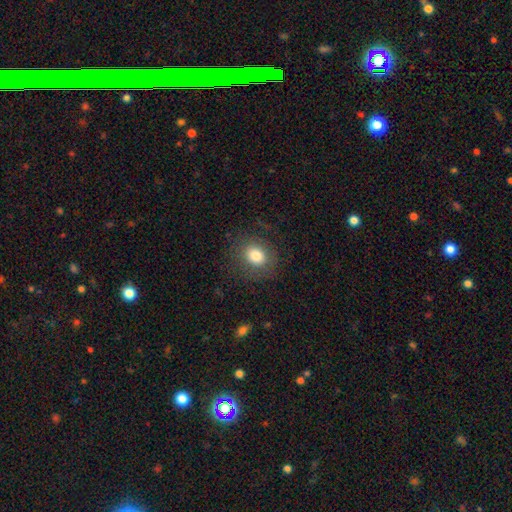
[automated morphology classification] The model was most divided on "how rounded": round: 71%, in between: 28%, cigar-shaped: 1%. More confident: merging — none (82%); smooth or featured — smooth (78%).